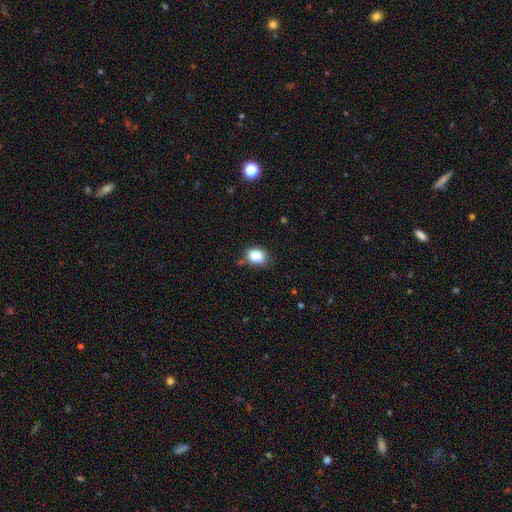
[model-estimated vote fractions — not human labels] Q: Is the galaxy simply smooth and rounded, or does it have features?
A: smooth — 84%.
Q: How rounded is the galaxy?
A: in between — 58%.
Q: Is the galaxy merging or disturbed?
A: none — 75%.